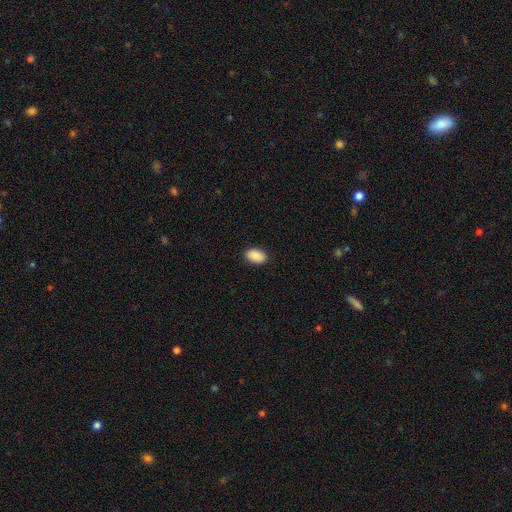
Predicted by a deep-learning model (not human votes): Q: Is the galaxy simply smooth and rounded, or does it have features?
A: smooth — 90%.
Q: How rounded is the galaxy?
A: in between — 92%.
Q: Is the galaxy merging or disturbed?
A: none — 90%.